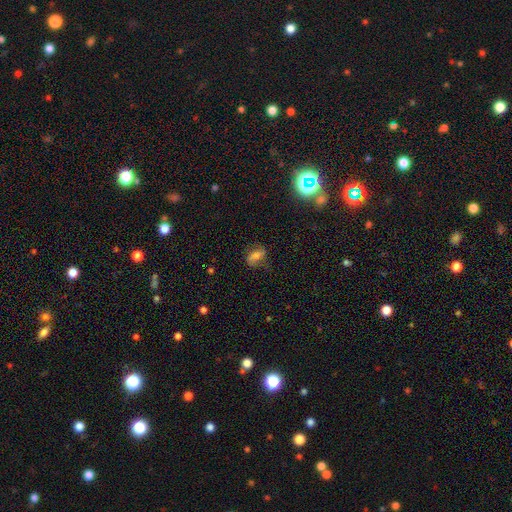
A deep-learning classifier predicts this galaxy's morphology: This appears to be a featured or disk galaxy (43%, tied with smooth). Merging: none (66%).